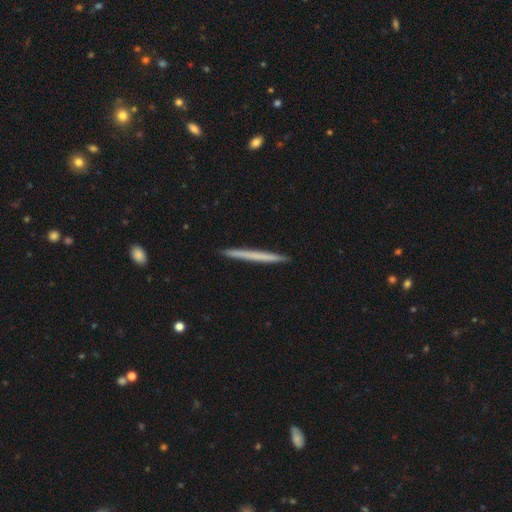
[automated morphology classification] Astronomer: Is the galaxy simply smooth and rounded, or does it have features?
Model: smooth — 56% (runner-up: featured or disk, 39%).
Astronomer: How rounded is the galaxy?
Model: cigar-shaped — 97%.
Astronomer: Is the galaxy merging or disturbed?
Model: none — 93%.